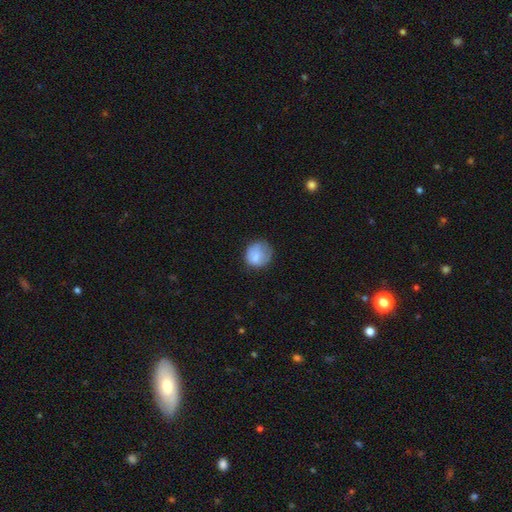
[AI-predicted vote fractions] Smooth or featured? Predicted: smooth (p=0.81). How rounded? Predicted: round (p=0.84). Merging? Predicted: none (p=0.65).